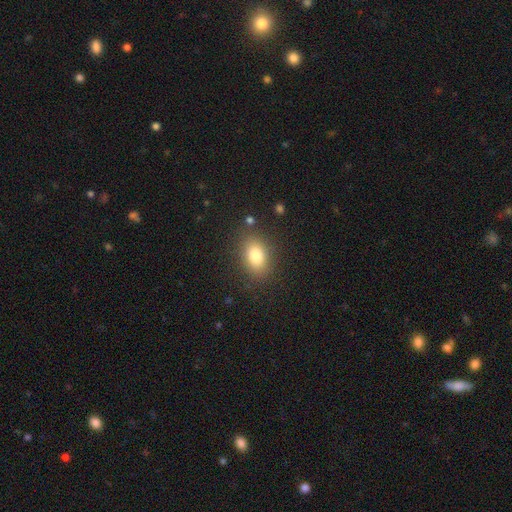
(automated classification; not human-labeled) This is likely a smooth galaxy (80%). How rounded: likely in between (76%). Merging: clearly none (83%).